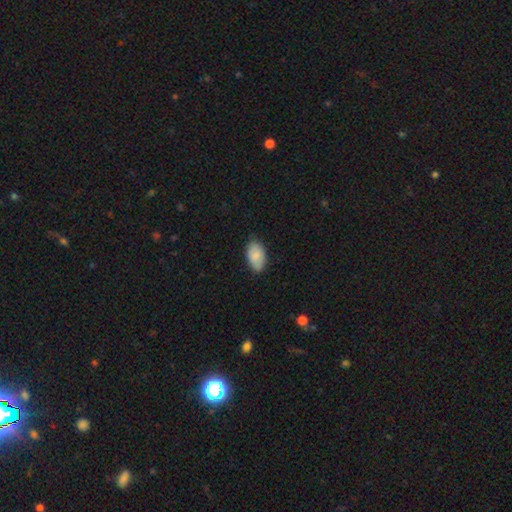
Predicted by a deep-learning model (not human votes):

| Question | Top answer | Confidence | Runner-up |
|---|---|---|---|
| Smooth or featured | smooth | 83% | featured or disk (11%) |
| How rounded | in between | 94% | round (4%) |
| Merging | none | 80% | minor disturbance (17%) |